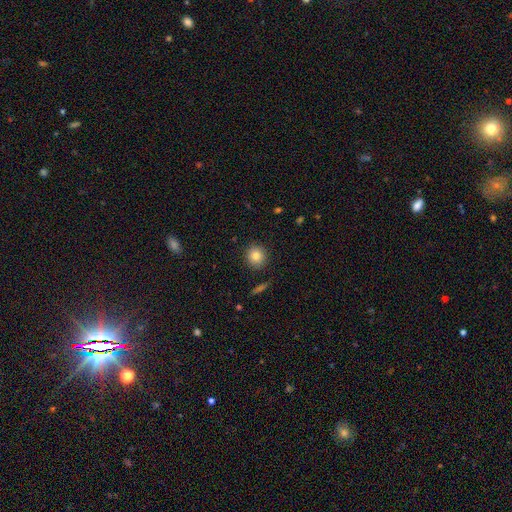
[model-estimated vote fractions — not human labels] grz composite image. It shows a smooth galaxy with no disk features (82%) that is round (91%). Merging: none (90%).